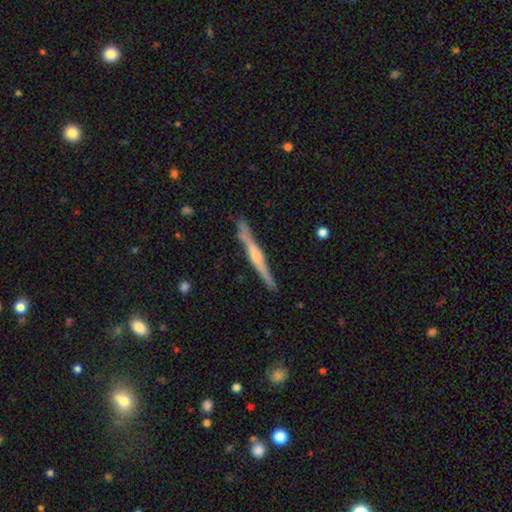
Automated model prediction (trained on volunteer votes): This appears to be a featured or disk galaxy (71%) viewed edge-on (98%) with a rounded central bulge (63%). Merging: none (87%).